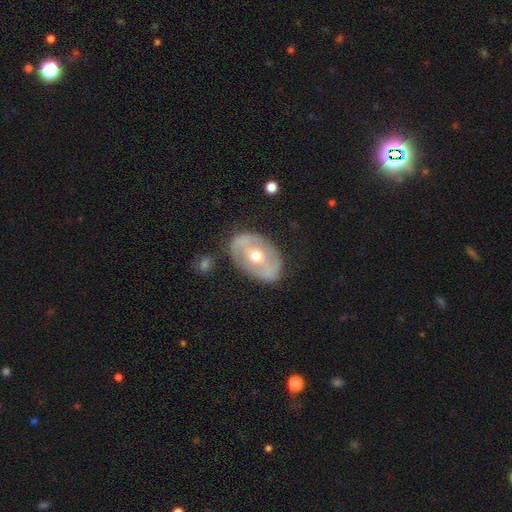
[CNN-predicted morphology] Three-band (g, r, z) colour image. It shows a featured or disk galaxy (69%) with no bar (40%), no spiral arms (61%) and a moderate central bulge (72%). Merging: none (76%).